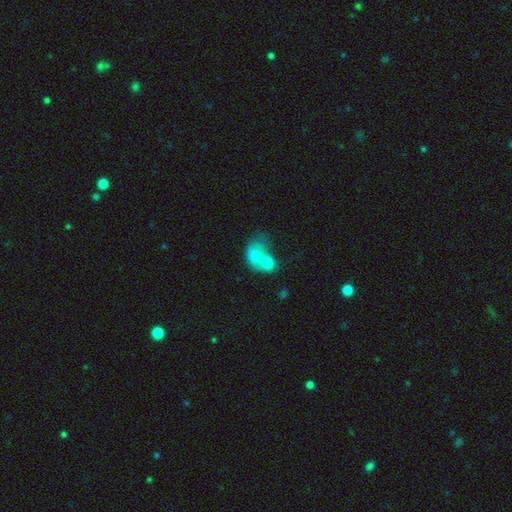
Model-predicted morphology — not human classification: smooth 73%, featured or disk 19%, star or artifact 8%. Down the decision tree: how rounded — in between (72%); merging — merger (73%).